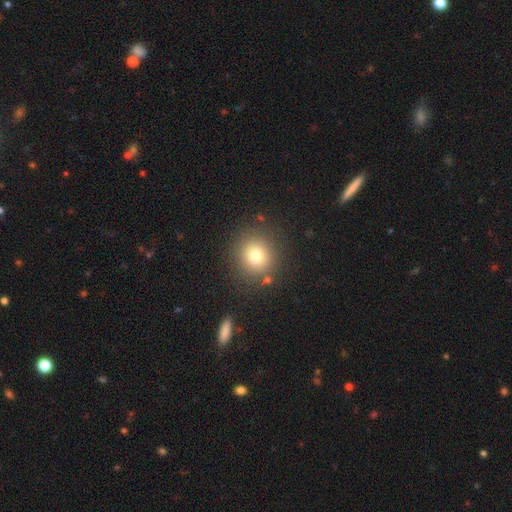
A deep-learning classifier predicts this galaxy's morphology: Smooth or featured? Predicted: smooth (p=0.77). How rounded? Predicted: round (p=0.89). Merging? Predicted: none (p=0.85).